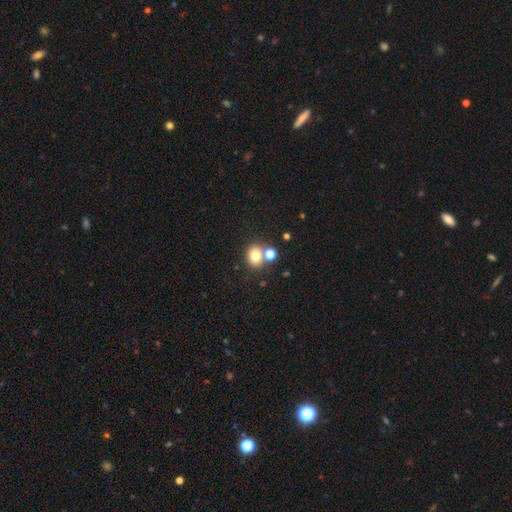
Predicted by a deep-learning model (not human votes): Morphology: type=smooth (76%); roundness=round (69%); merging=none (61%).